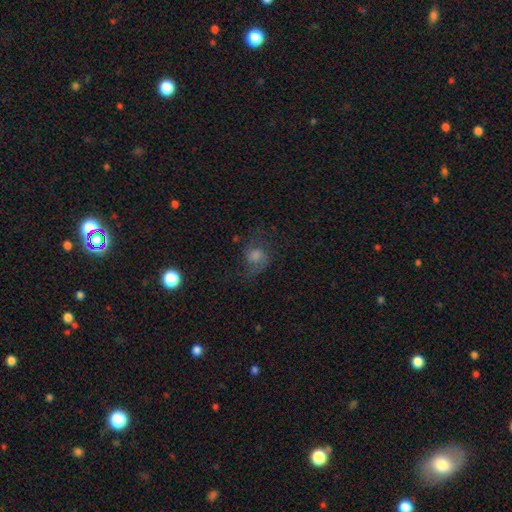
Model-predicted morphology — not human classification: type=featured or disk (45%); merging=none (55%).